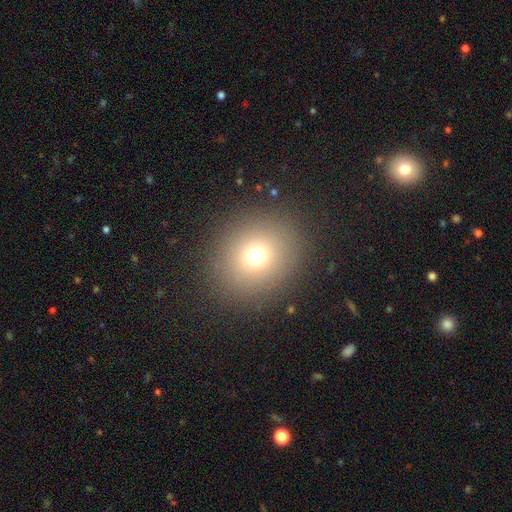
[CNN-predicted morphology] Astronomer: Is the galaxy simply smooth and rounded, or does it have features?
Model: smooth — 71%.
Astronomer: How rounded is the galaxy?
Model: round — 77%.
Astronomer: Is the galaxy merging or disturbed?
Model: none — 88%.